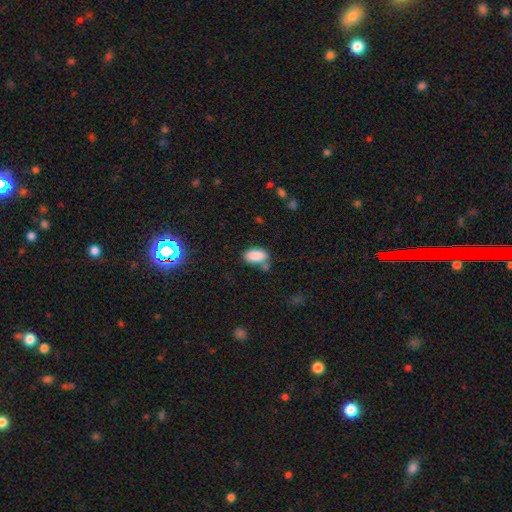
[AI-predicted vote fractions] Smooth or featured? smooth (87%)
How rounded? in between (93%)
Merging? none (61%)